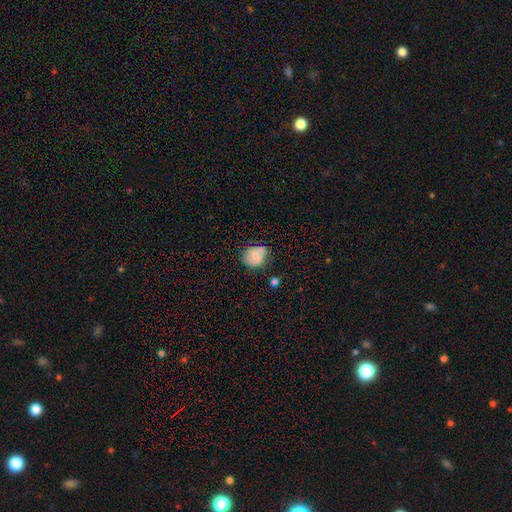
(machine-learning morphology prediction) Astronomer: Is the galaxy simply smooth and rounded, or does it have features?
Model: smooth — 67%.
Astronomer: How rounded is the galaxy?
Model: round — 56% (runner-up: in between, 43%).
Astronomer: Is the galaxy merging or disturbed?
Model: none — 66%.